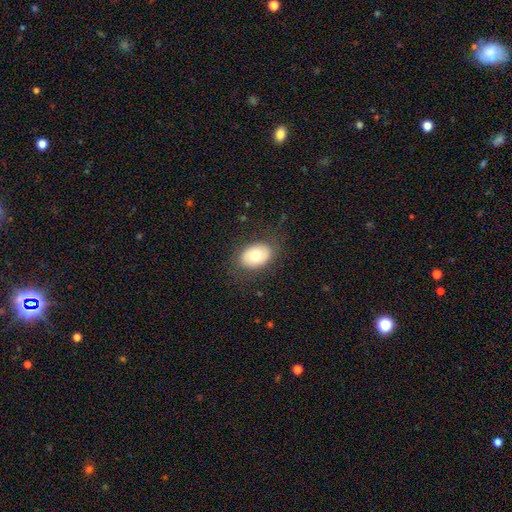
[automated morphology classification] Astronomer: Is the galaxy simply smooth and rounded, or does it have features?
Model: smooth — 71%.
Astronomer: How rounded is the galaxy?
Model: in between — 80%.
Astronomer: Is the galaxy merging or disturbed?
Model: none — 81%.